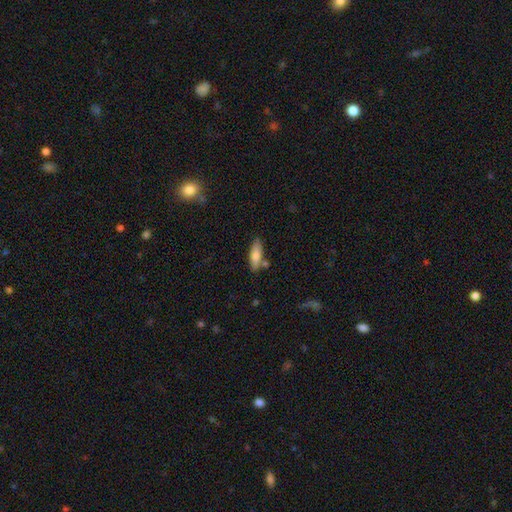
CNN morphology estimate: smooth 76%, featured or disk 18%, star or artifact 6%. Down the decision tree: how rounded — in between (58%); merging — none (74%).